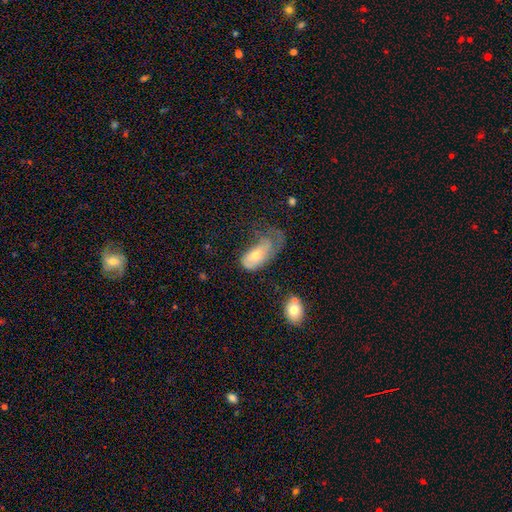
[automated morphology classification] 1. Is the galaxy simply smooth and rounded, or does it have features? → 51% smooth, 41% featured or disk, 7% star or artifact.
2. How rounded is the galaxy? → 87% in between, 8% cigar-shaped, 5% round.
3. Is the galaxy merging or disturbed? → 54% major disturbance, 25% minor disturbance, 17% none, 4% merger.